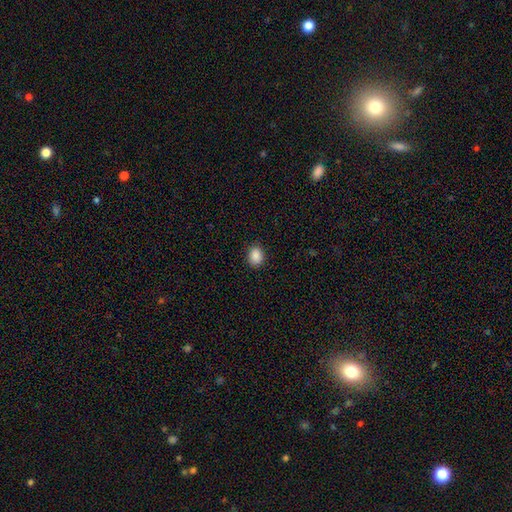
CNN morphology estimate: Smooth or featured: smooth — 89% (star or artifact — 9%)
How rounded: in between — 56% (round — 43%)
Merging: none — 89% (minor disturbance — 8%)